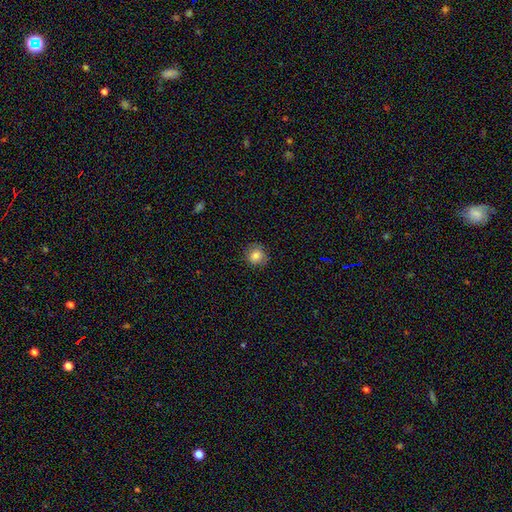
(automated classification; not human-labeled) Smooth or featured? smooth (82%)
How rounded? round (89%)
Merging? none (85%)